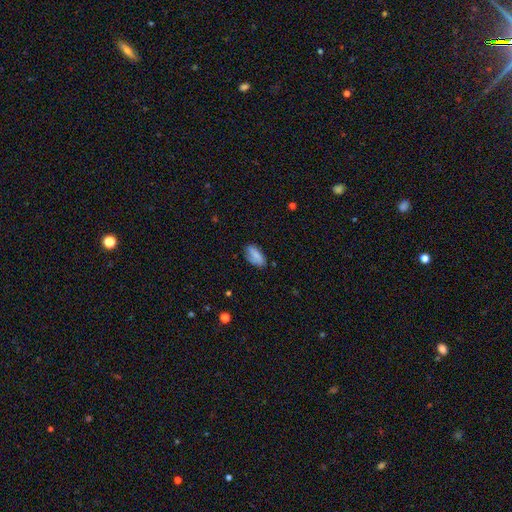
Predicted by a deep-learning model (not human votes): smooth-or-featured: smooth: 74% | featured or disk: 17% | star or artifact: 8%
  how-rounded: in between: 88% | cigar-shaped: 8% | round: 3%
  merging: none: 65% | minor disturbance: 25% | major disturbance: 7% | merger: 2%